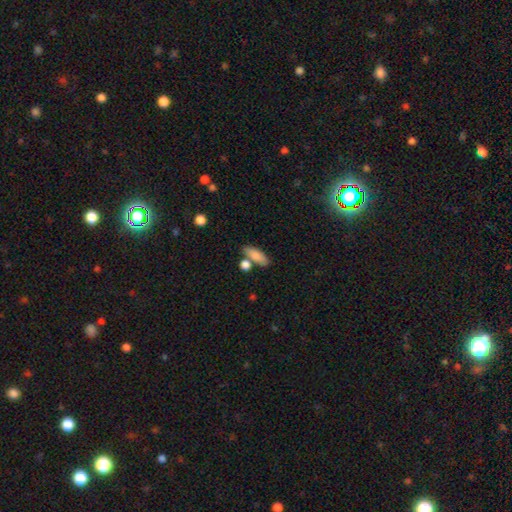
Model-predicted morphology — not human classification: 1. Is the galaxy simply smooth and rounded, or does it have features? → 83% smooth, 10% featured or disk, 7% star or artifact.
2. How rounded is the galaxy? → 64% in between, 31% cigar-shaped, 6% round.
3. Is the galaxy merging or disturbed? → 65% none, 19% merger, 12% minor disturbance, 4% major disturbance.